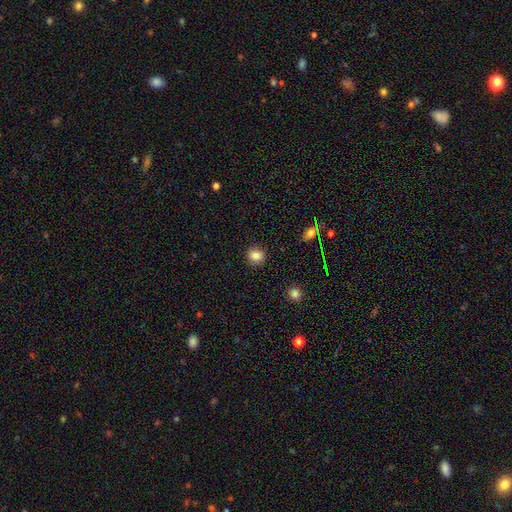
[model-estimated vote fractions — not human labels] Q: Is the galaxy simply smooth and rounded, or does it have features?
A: smooth — 84%.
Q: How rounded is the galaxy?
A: round — 81%.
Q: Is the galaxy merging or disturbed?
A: none — 87%.